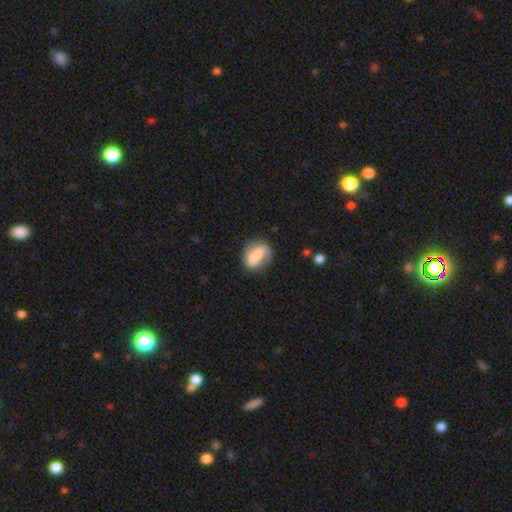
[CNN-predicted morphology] Smooth or featured? smooth (61%)
How rounded? in between (74%)
Merging? none (51%)